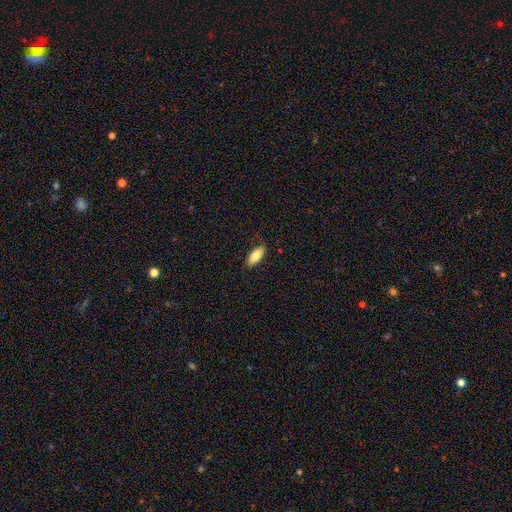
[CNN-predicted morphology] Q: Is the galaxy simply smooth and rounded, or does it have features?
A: smooth — 79%.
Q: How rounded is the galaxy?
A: in between — 83%.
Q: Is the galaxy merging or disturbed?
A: none — 82%.